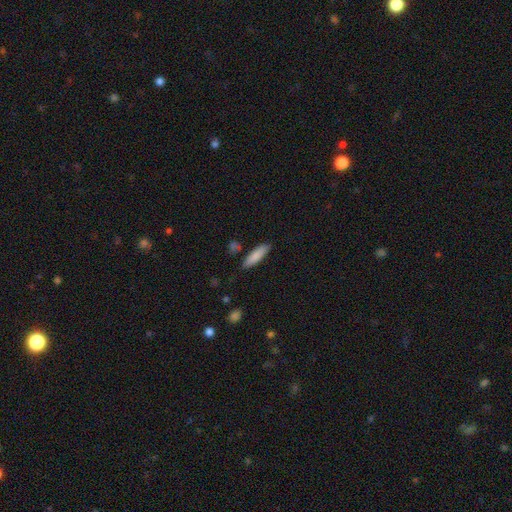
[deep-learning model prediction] Q: Smooth or featured?
A: smooth (84%); runner-up: featured or disk (10%)
Q: How rounded?
A: cigar-shaped (65%); runner-up: in between (34%)
Q: Merging?
A: none (84%); runner-up: minor disturbance (11%)